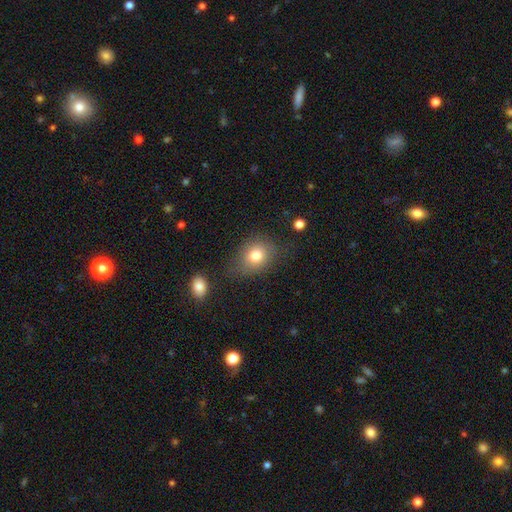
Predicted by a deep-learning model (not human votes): Q: Smooth or featured?
A: smooth (79%); runner-up: featured or disk (11%)
Q: How rounded?
A: round (52%); runner-up: in between (47%)
Q: Merging?
A: none (65%); runner-up: minor disturbance (22%)